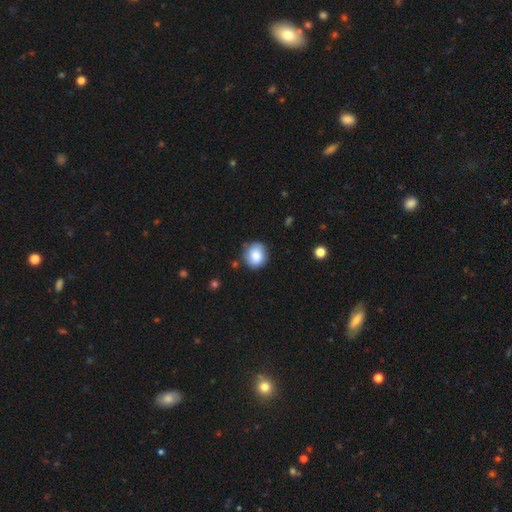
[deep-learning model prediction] Morphology: type=smooth (83%); roundness=round (84%); merging=none (80%).